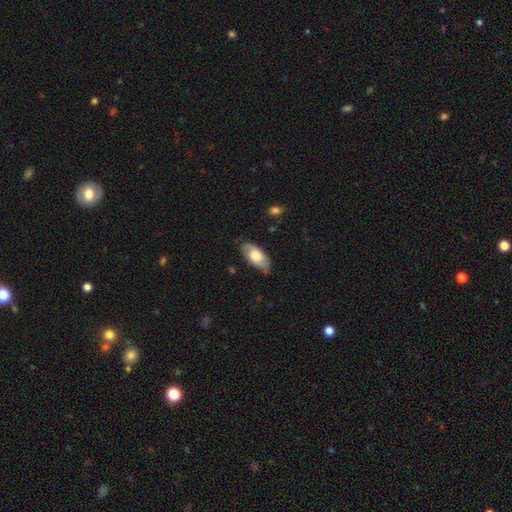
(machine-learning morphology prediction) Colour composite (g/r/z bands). It shows a smooth galaxy with no disk features (56%) that is in between round and cigar-shaped (92%). Merging: none (74%).